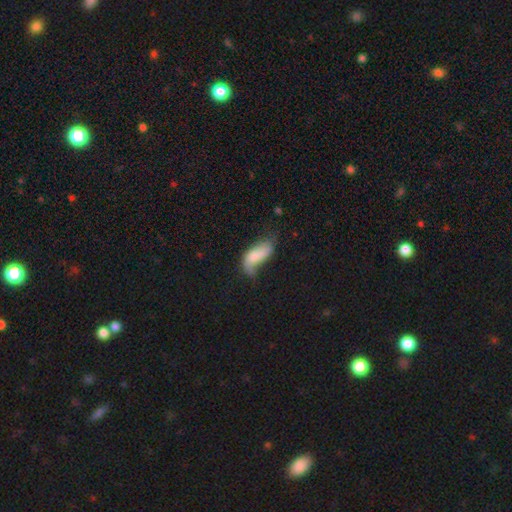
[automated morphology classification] Q: Smooth or featured?
A: smooth (66%); runner-up: featured or disk (26%)
Q: How rounded?
A: in between (87%); runner-up: cigar-shaped (11%)
Q: Merging?
A: minor disturbance (35%); runner-up: major disturbance (31%)